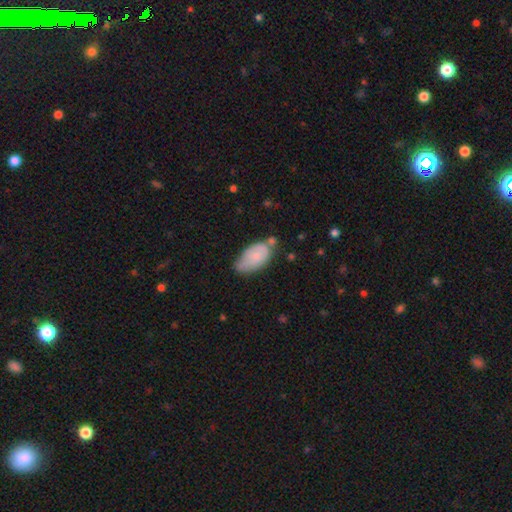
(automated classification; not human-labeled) Smooth or featured? Predicted: smooth (p=0.72). How rounded? Predicted: in between (p=0.94). Merging? Predicted: none (p=0.43).